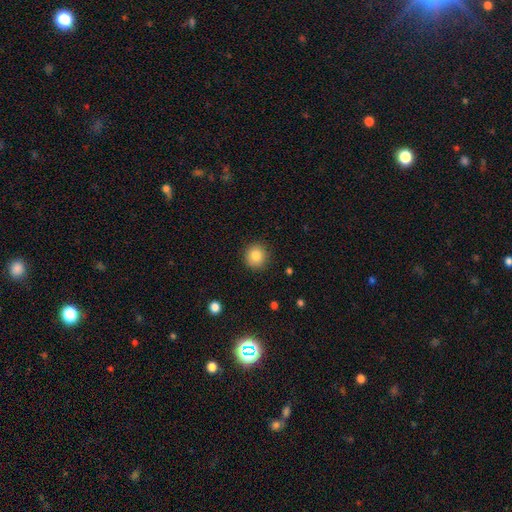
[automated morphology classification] smooth-or-featured: smooth: 84% | star or artifact: 10% | featured or disk: 7%
  how-rounded: round: 91% | in between: 8% | cigar-shaped: 1%
  merging: none: 89% | minor disturbance: 7% | major disturbance: 2% | merger: 1%